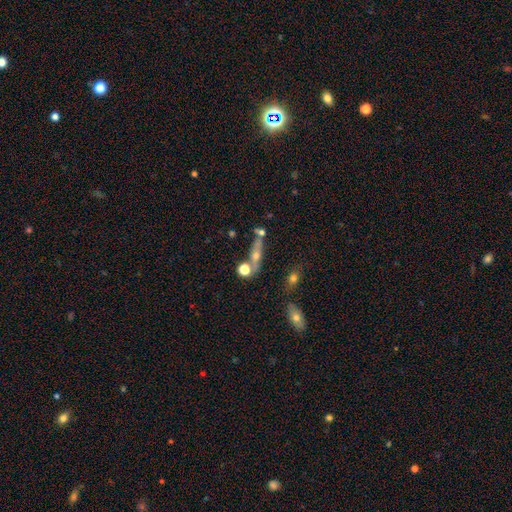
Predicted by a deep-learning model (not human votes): Q: Smooth or featured?
A: featured or disk (47%); runner-up: smooth (37%)
Q: Merging?
A: none (57%); runner-up: merger (23%)